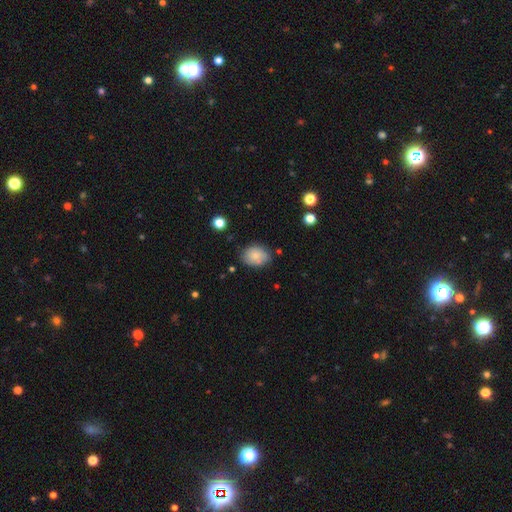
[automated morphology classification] A smooth galaxy with no disk features (78%) that is in between round and cigar-shaped (71%).

Vote fractions:
- Smooth or featured? smooth: 78% / featured or disk: 14% / star or artifact: 8%
- How rounded? in between: 71% / round: 28% / cigar-shaped: 1%
- Merging? none: 72% / minor disturbance: 21% / major disturbance: 4% / merger: 3%